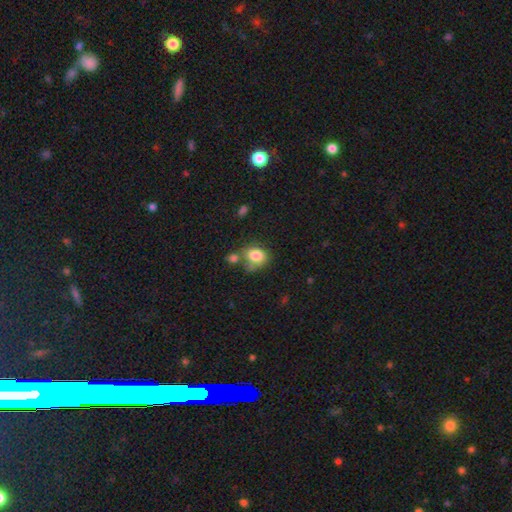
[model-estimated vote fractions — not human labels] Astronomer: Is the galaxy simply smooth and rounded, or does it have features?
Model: smooth — 82%.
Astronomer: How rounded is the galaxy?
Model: in between — 50% (runner-up: round, 49%).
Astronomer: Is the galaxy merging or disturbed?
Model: none — 47% (runner-up: merger, 26%).